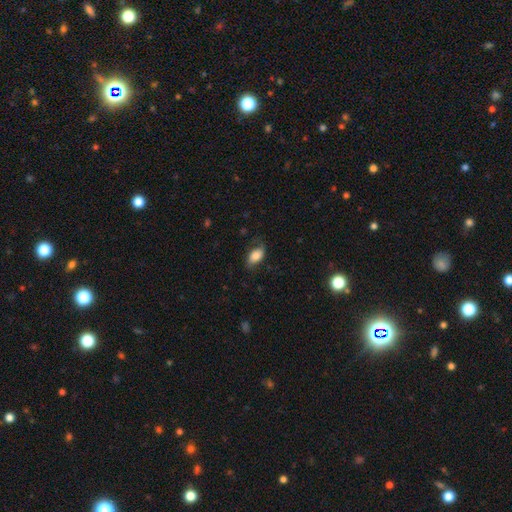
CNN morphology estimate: Smooth or featured? smooth (73%)
How rounded? in between (90%)
Merging? none (66%)